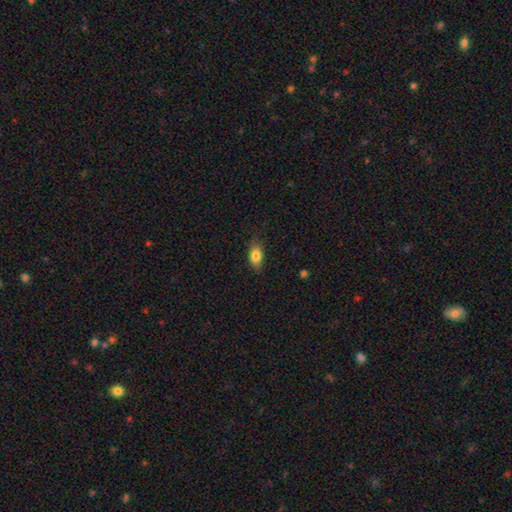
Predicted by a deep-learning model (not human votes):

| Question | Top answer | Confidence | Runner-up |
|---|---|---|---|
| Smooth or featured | smooth | 81% | featured or disk (11%) |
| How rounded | in between | 85% | cigar-shaped (8%) |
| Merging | none | 81% | minor disturbance (15%) |